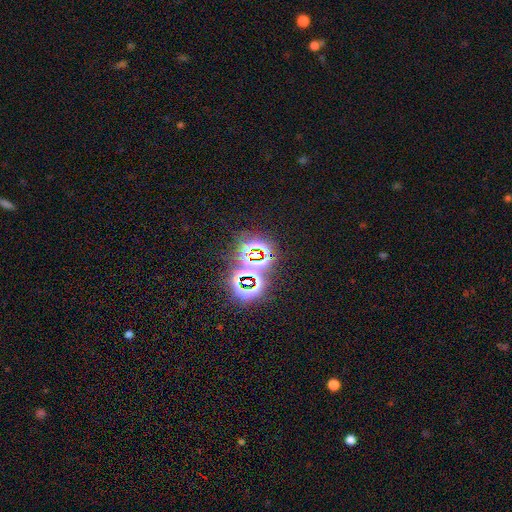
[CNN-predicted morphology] A star or artifact, not a galaxy (80%).